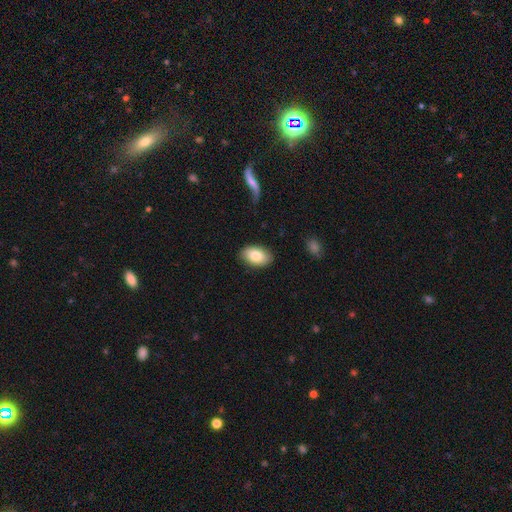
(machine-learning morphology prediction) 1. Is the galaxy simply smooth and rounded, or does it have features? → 83% smooth, 10% featured or disk, 6% star or artifact.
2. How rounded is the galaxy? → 92% in between, 7% round, 1% cigar-shaped.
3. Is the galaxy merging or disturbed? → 87% none, 10% minor disturbance, 2% major disturbance, 1% merger.